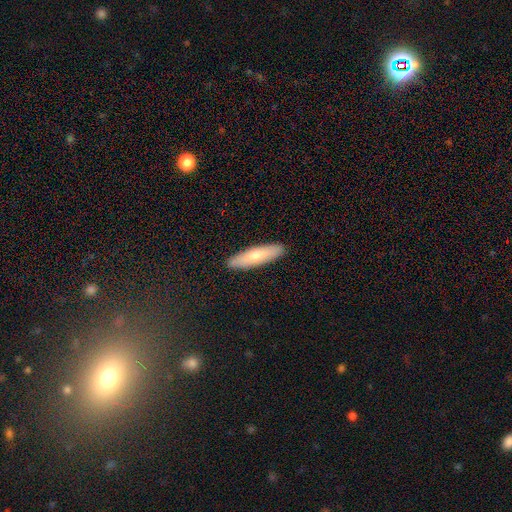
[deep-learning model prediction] smooth 70%, featured or disk 24%, star or artifact 5%. Down the decision tree: how rounded — cigar-shaped (76%); merging — none (91%).